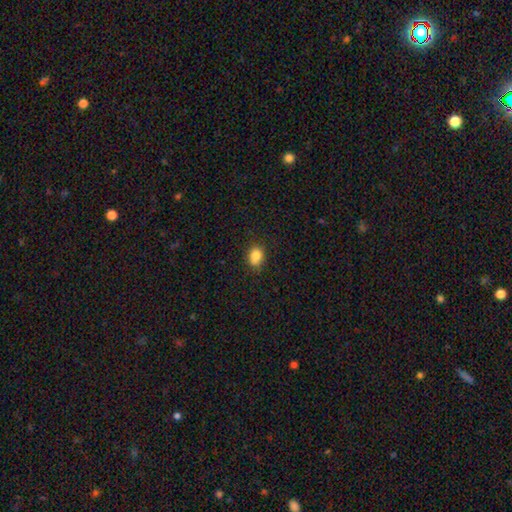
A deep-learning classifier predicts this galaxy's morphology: Overall: smooth (84%). How rounded: in between (55%; round 44%). Merging: none (76%).